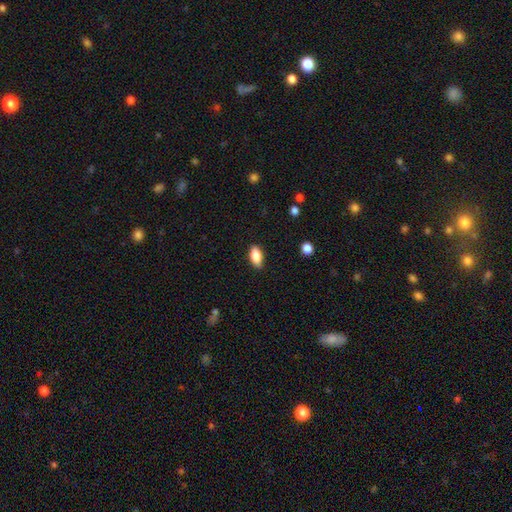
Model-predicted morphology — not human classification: Overall: smooth (85%). How rounded: in between (87%). Merging: none (86%).